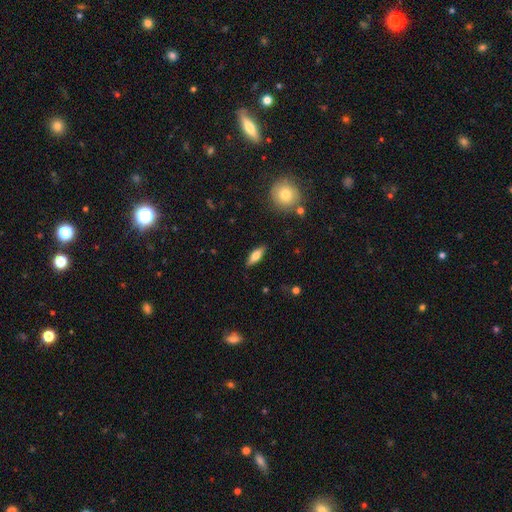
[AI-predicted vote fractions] smooth_or_featured: smooth (p=0.64) [alt: featured or disk p=0.29]
how_rounded: in between (p=0.65) [alt: cigar-shaped p=0.32]
merging: none (p=0.87) [alt: minor disturbance p=0.10]